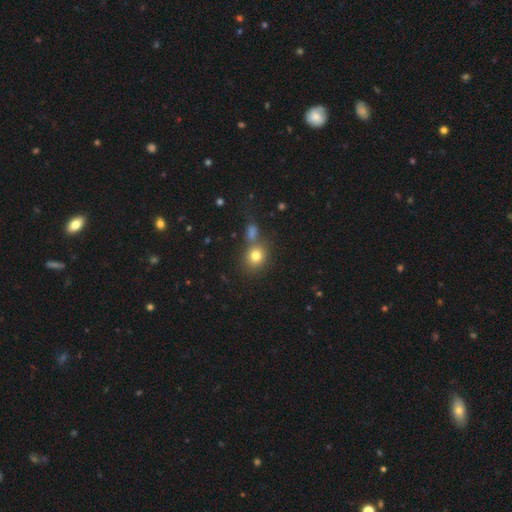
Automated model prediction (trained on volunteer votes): Morphology: type=smooth (78%); roundness=round (73%); merging=none (61%).